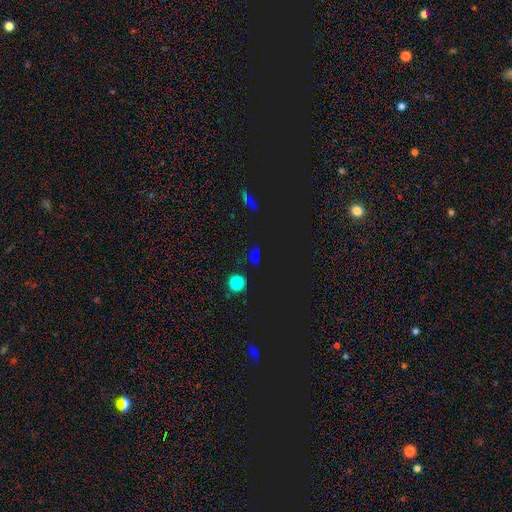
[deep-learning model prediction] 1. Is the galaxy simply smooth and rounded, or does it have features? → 60% star or artifact, 34% smooth, 6% featured or disk.